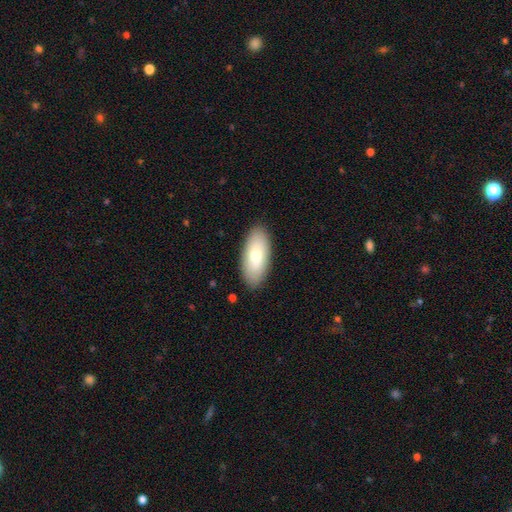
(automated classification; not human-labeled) smooth-or-featured: smooth: 75% | featured or disk: 19% | star or artifact: 6%
  how-rounded: in between: 90% | cigar-shaped: 7% | round: 2%
  merging: none: 88% | minor disturbance: 9% | major disturbance: 2% | merger: 1%